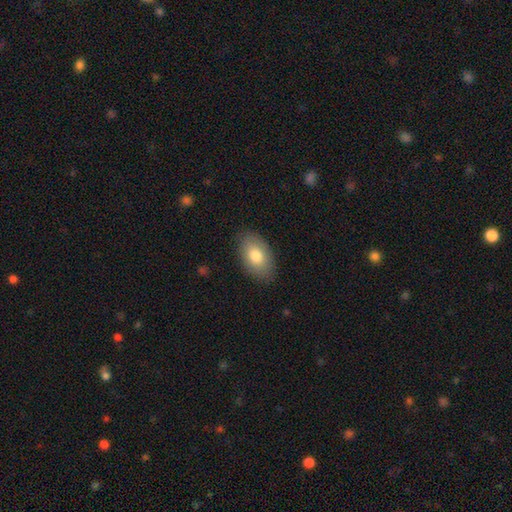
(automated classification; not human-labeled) A smooth galaxy with no disk features (79%) that is in between round and cigar-shaped (91%).

Vote fractions:
- Smooth or featured? smooth: 79% / featured or disk: 15% / star or artifact: 7%
- How rounded? in between: 91% / round: 7% / cigar-shaped: 1%
- Merging? none: 85% / minor disturbance: 12% / major disturbance: 3% / merger: 1%